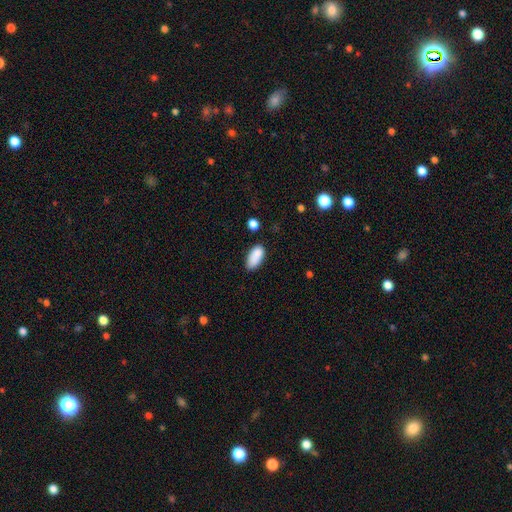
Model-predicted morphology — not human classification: smooth-or-featured: smooth: 88% | star or artifact: 7% | featured or disk: 5%
  how-rounded: in between: 91% | cigar-shaped: 6% | round: 3%
  merging: none: 72% | minor disturbance: 20% | major disturbance: 4% | merger: 4%